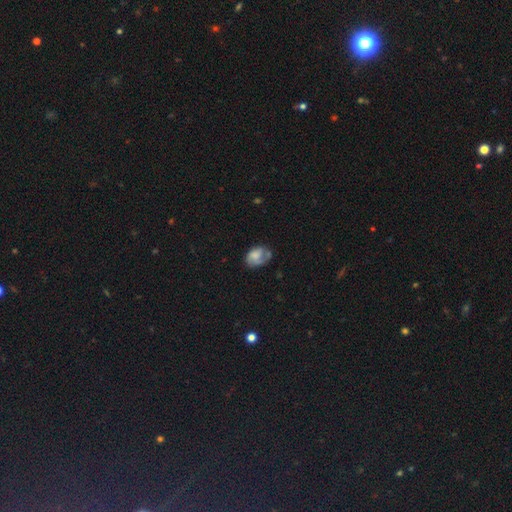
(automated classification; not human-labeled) smooth-or-featured: smooth: 54% | featured or disk: 37% | star or artifact: 9%
  how-rounded: in between: 74% | round: 25% | cigar-shaped: 1%
  merging: none: 42% | minor disturbance: 32% | major disturbance: 22% | merger: 5%